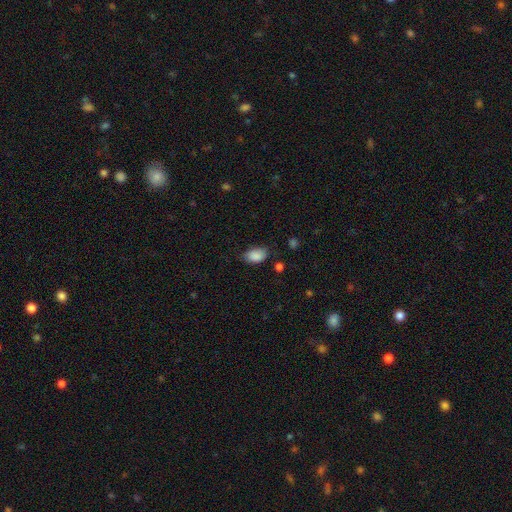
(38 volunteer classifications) Smooth or featured?
  - smooth: 97% *
  - star or artifact: 3%
  - featured or disk: 0%
How rounded?
  - in between: 97% *
  - round: 3%
  - cigar-shaped: 0%
Merging?
  - none: 84% *
  - minor disturbance: 16%
  - major disturbance: 0%
  - merger: 0%